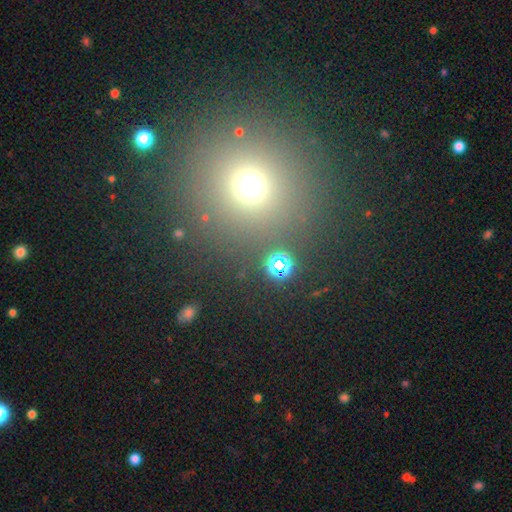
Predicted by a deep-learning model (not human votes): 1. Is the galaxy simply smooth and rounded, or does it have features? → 61% smooth, 31% star or artifact, 8% featured or disk.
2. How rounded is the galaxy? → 93% round, 6% in between, 1% cigar-shaped.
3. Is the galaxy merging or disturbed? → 85% none, 6% minor disturbance, 5% merger, 4% major disturbance.